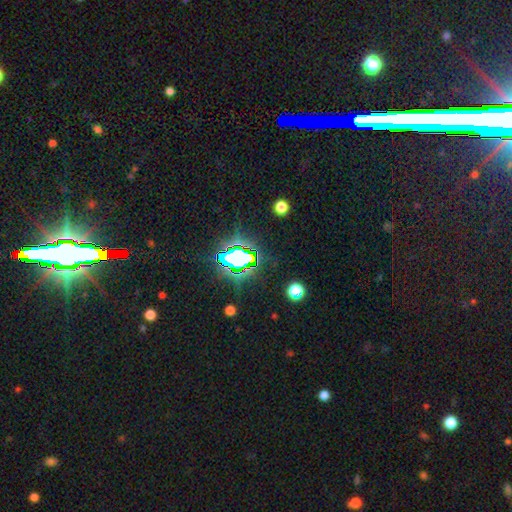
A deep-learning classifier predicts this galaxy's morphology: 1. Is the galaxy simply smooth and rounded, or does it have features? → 76% star or artifact, 15% smooth, 9% featured or disk.